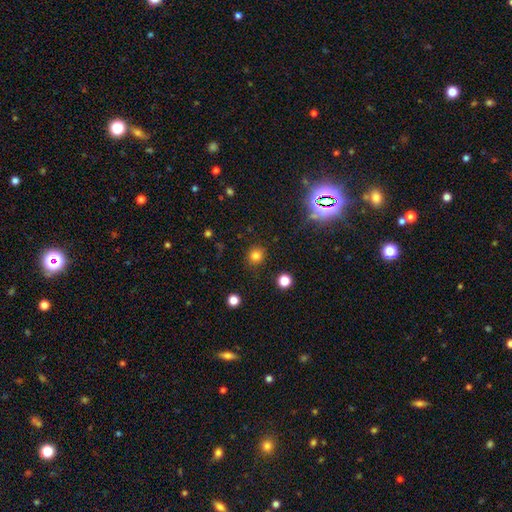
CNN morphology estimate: Overall: smooth (79%). How rounded: round (87%). Merging: none (87%).